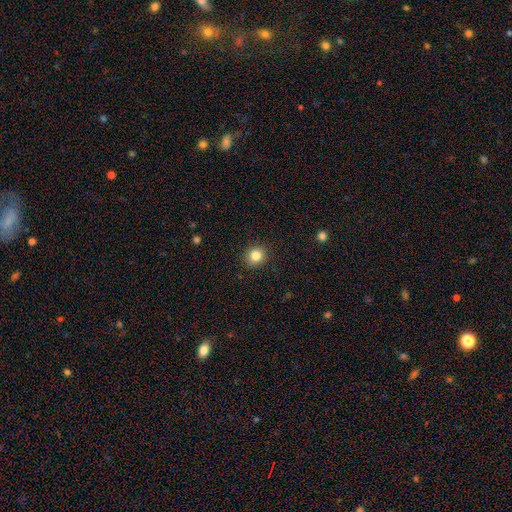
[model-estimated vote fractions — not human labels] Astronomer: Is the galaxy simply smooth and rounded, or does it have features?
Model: smooth — 83%.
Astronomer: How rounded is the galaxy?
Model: round — 88%.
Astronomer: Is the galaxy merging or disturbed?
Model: none — 91%.